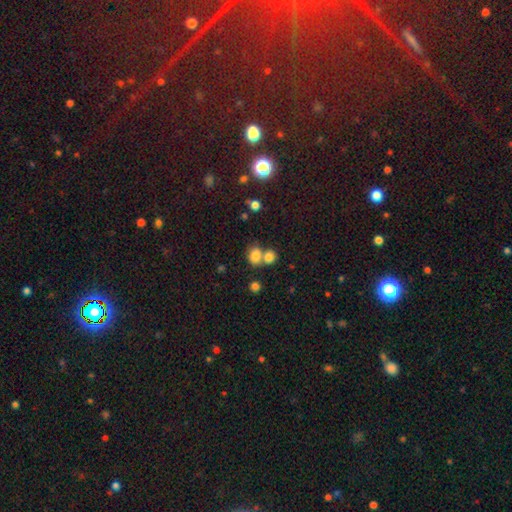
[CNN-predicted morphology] type=smooth (80%); roundness=round (51%); merging=none (44%).